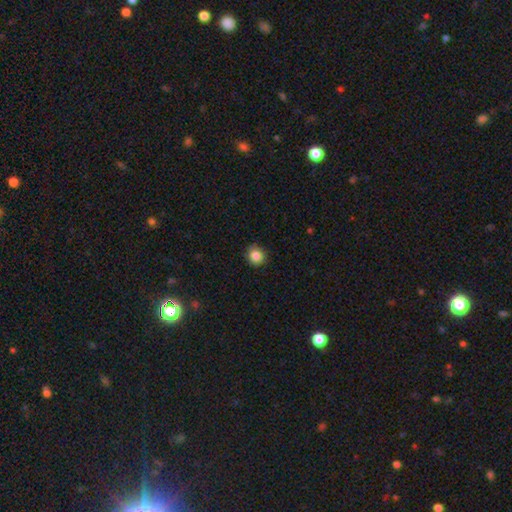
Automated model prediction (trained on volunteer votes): This appears to be a smooth galaxy with no disk features (85%) that is round (86%). Merging: none (88%).